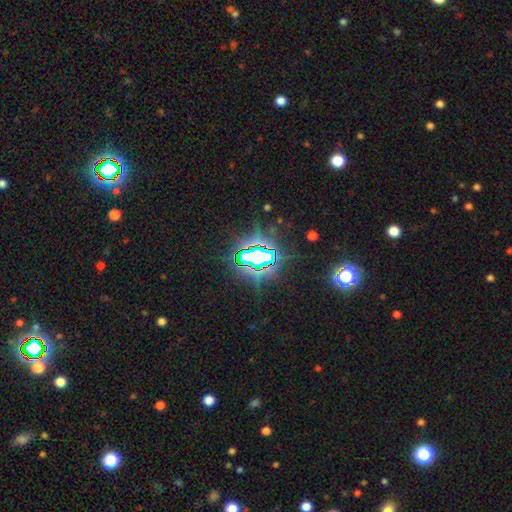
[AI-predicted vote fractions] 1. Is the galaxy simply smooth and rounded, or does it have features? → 82% star or artifact, 10% smooth, 8% featured or disk.